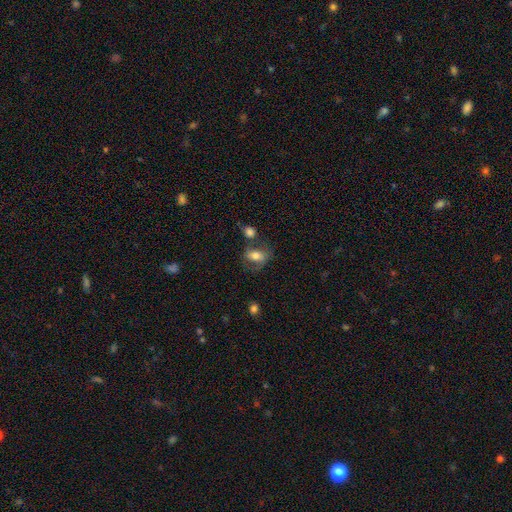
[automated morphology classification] Q: Smooth or featured?
A: smooth (60%); runner-up: featured or disk (31%)
Q: How rounded?
A: in between (74%); runner-up: round (24%)
Q: Merging?
A: none (48%); runner-up: merger (21%)